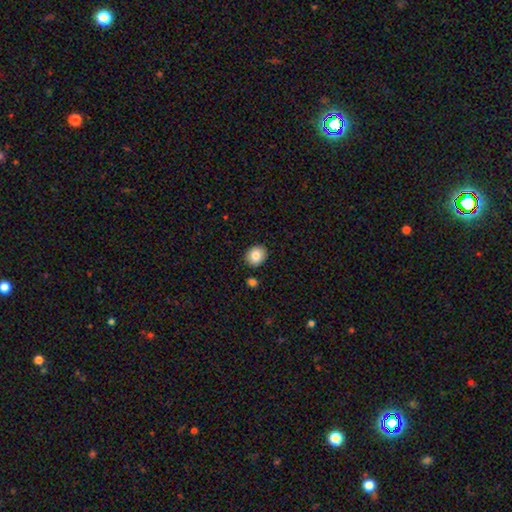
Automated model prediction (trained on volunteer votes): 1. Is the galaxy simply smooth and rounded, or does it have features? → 85% smooth, 8% star or artifact, 7% featured or disk.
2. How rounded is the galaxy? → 66% round, 33% in between, 1% cigar-shaped.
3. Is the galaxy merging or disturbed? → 89% none, 7% minor disturbance, 2% merger, 2% major disturbance.